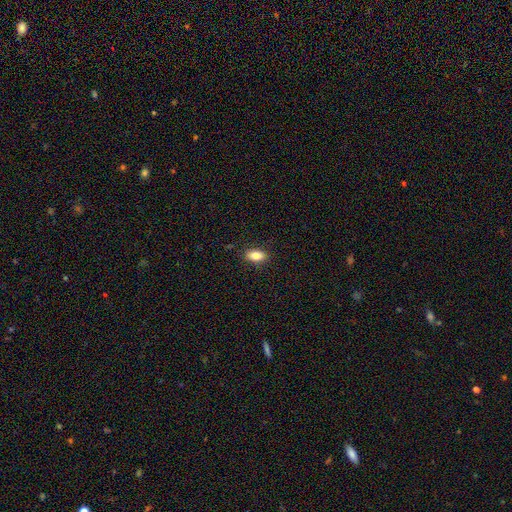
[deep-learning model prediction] Overall: smooth (82%). How rounded: in between (88%). Merging: none (88%).